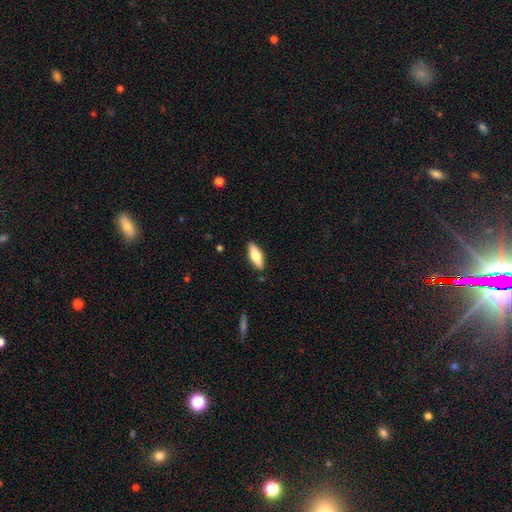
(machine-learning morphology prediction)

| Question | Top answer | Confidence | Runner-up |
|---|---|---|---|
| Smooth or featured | smooth | 69% | featured or disk (26%) |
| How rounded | in between | 64% | cigar-shaped (34%) |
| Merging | none | 87% | minor disturbance (9%) |